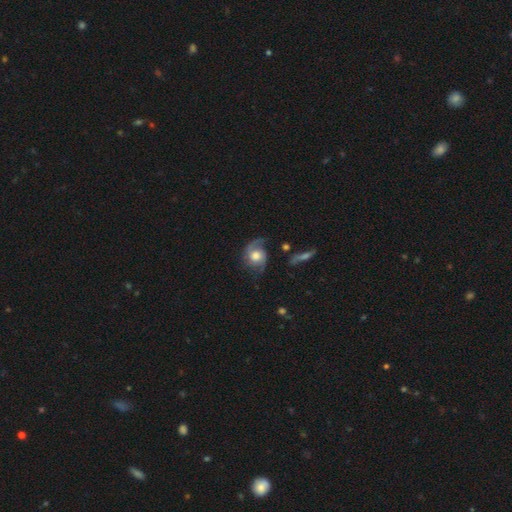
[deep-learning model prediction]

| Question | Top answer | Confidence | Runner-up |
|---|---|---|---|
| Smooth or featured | featured or disk | 73% | smooth (21%) |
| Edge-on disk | no | 97% | yes (3%) |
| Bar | no | 73% | weak (23%) |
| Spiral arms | yes | 93% | no (7%) |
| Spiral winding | medium | 44% | loose (35%) |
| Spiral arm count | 2 | 81% | 1 (9%) |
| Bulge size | large | 47% | moderate (38%) |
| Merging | none | 59% | minor disturbance (23%) |